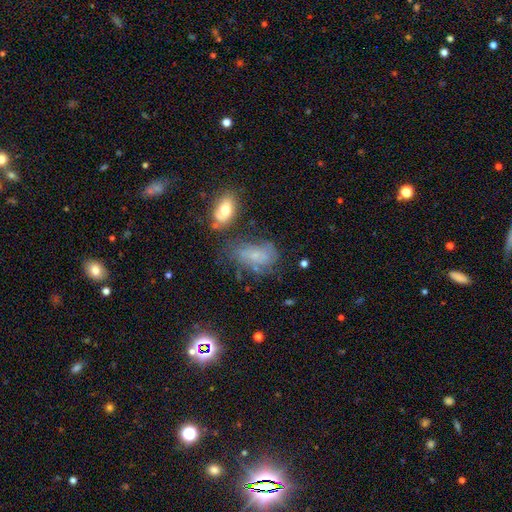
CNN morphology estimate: smooth_or_featured: featured or disk (p=0.46) [alt: smooth p=0.37]
merging: none (p=0.45) [alt: minor disturbance p=0.26]